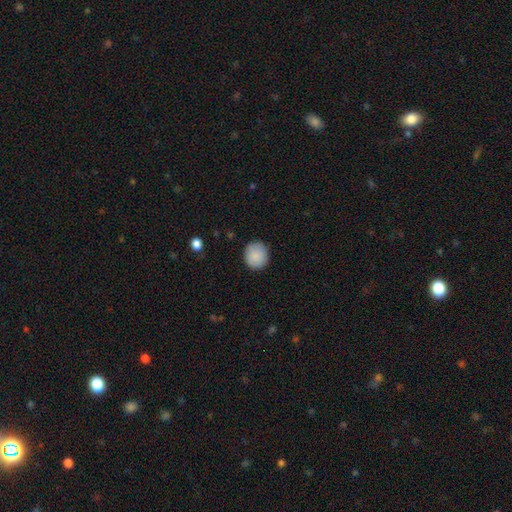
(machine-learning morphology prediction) Q: Smooth or featured?
A: smooth (88%); runner-up: star or artifact (7%)
Q: How rounded?
A: round (83%); runner-up: in between (16%)
Q: Merging?
A: none (87%); runner-up: minor disturbance (9%)